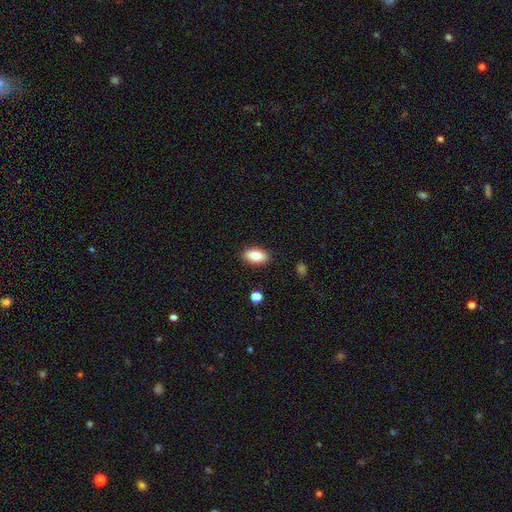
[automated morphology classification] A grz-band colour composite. It shows a smooth galaxy with no disk features (86%) that is in between round and cigar-shaped (92%). Merging: none (88%).